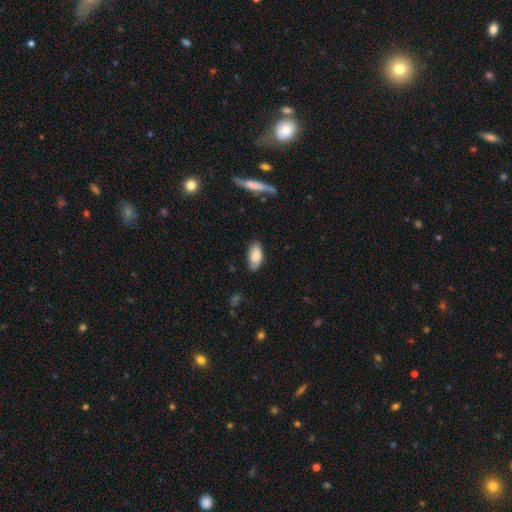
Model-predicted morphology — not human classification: type=smooth (83%); roundness=in between (91%); merging=none (78%).